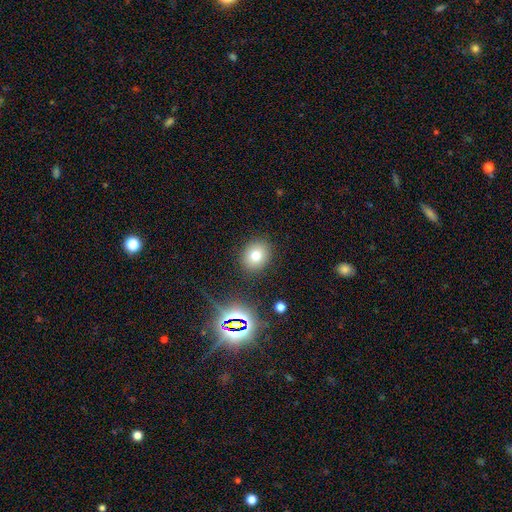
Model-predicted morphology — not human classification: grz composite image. It shows a smooth galaxy with no disk features (74%) that is round (68%). Merging: none (87%).